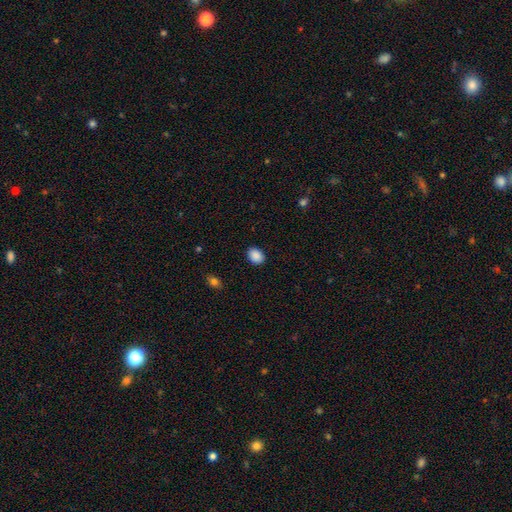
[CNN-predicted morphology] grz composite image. It shows a smooth galaxy with no disk features (89%) that is in between round and cigar-shaped (58%). Merging: none (89%).